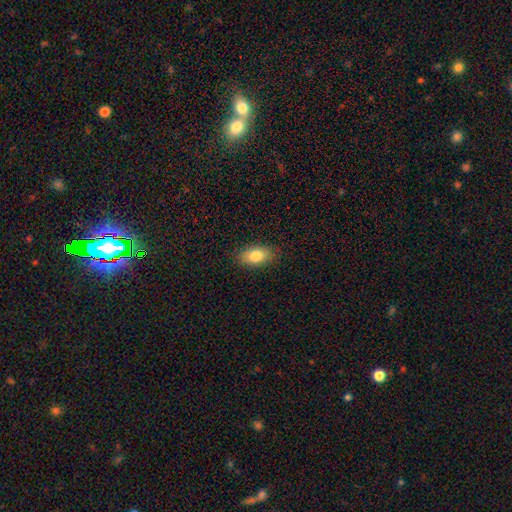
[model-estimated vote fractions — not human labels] smooth 81%, featured or disk 11%, star or artifact 8%. Down the decision tree: how rounded — in between (90%); merging — none (86%).